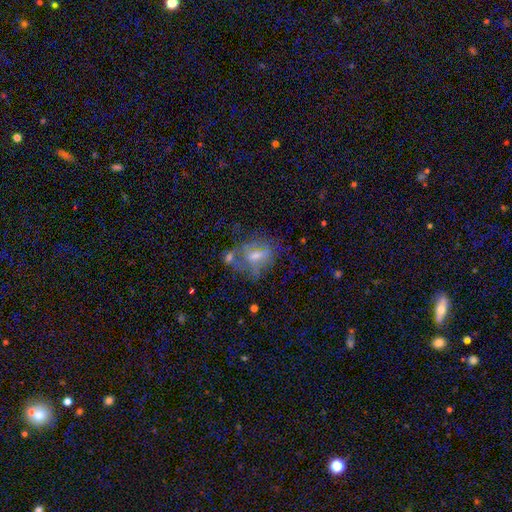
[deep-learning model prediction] A featured or disk galaxy (55%) with a weak bar (42%), no spiral arms (57%) and a moderate central bulge (49%).

Vote fractions:
- Smooth or featured? featured or disk: 55% / smooth: 30% / star or artifact: 15%
- Edge-on disk? no: 92% / yes: 8%
- Bar? weak: 42% / no: 41% / strong: 16%
- Spiral arms? no: 57% / yes: 43%
- Bulge size? moderate: 49% / small: 33% / none: 9% / large: 7% / dominant: 1%
- Merging? none: 41% / minor disturbance: 21% / major disturbance: 20% / merger: 18%